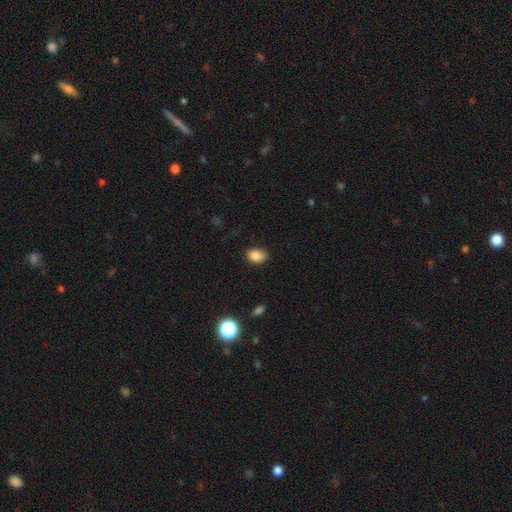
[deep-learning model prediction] smooth-or-featured: smooth: 85% | star or artifact: 10% | featured or disk: 5%
  how-rounded: in between: 78% | round: 21% | cigar-shaped: 1%
  merging: none: 84% | minor disturbance: 12% | major disturbance: 3% | merger: 1%